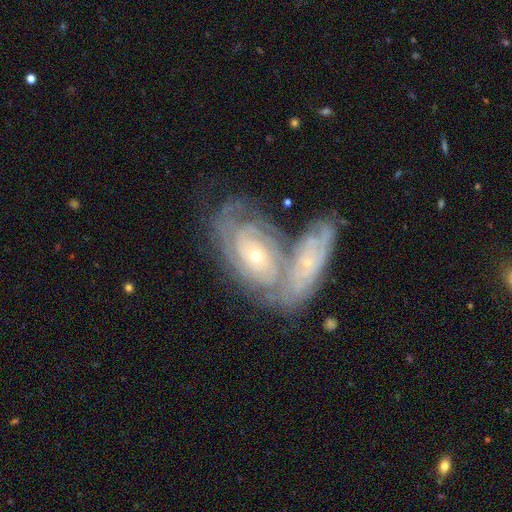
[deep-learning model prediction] smooth-or-featured: featured or disk: 84% | smooth: 10% | star or artifact: 6%
  disk-edge-on: no: 93% | yes: 7%
    bar: no: 78% | weak: 17% | strong: 5%
    has-spiral-arms: yes: 91% | no: 9%
      spiral-winding: tight: 80% | medium: 16% | loose: 4%
      spiral-arm-count: can't tell: 52% | 2: 14% | 3: 13% | 4: 9% | more than 4: 7% | 1: 5%
    bulge-size: small: 72% | moderate: 24% | large: 2% | none: 1% | dominant: 1%
  merging: merger: 44% | none: 37% | minor disturbance: 13% | major disturbance: 7%